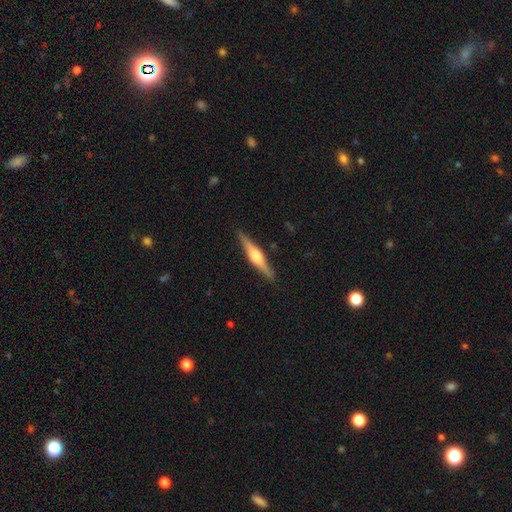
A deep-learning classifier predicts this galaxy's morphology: Smooth or featured: featured or disk — 71% (smooth — 23%)
Edge-on disk: yes — 98% (no — 2%)
Edge-on bulge: rounded — 87% (boxy — 9%)
Merging: none — 91% (minor disturbance — 7%)